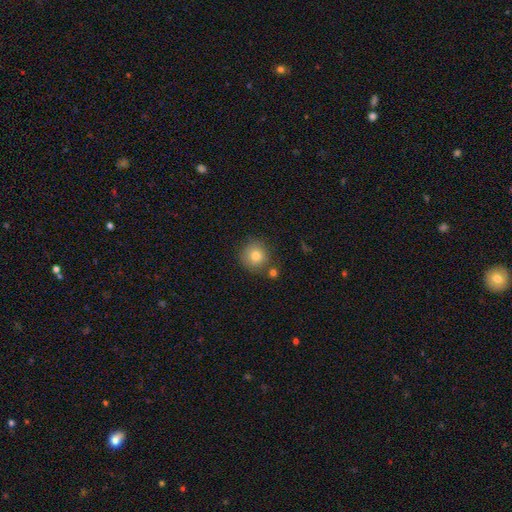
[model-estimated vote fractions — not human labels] Q: Smooth or featured?
A: smooth (80%); runner-up: star or artifact (10%)
Q: How rounded?
A: round (92%); runner-up: in between (7%)
Q: Merging?
A: none (76%); runner-up: minor disturbance (11%)